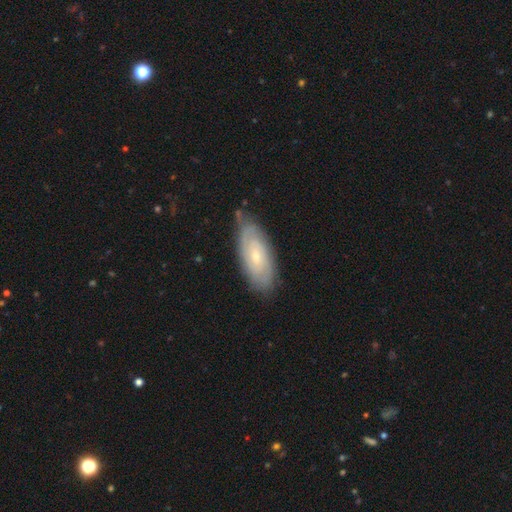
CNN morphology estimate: type=featured or disk (63%); edge-on=no (88%); bar=no (68%); spiral arms=yes (84%); bulge=small (70%); merging=none (75%).